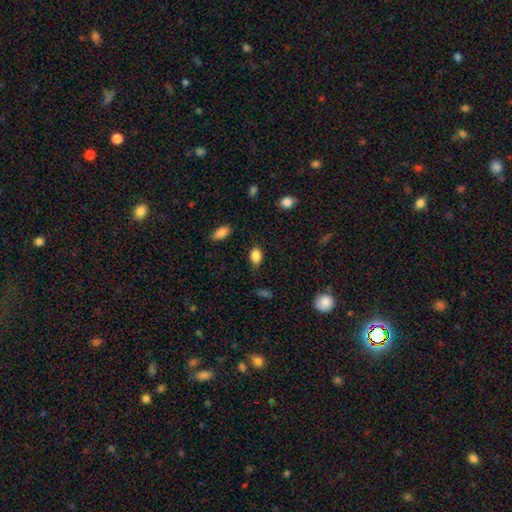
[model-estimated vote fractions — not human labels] Overall: smooth (86%). How rounded: in between (80%). Merging: none (72%).